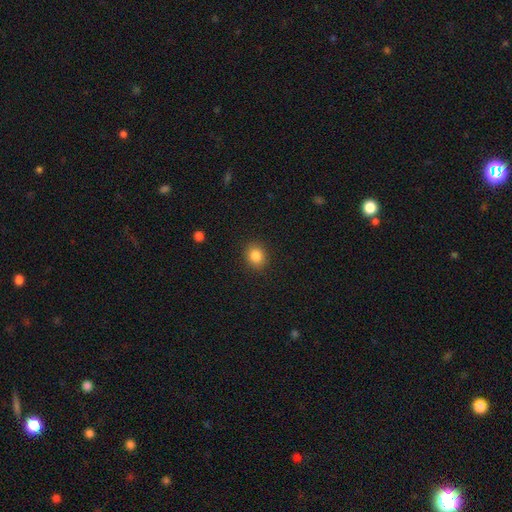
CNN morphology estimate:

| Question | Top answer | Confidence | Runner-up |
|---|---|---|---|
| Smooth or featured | smooth | 84% | star or artifact (10%) |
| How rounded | round | 71% | in between (28%) |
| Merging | none | 90% | minor disturbance (7%) |